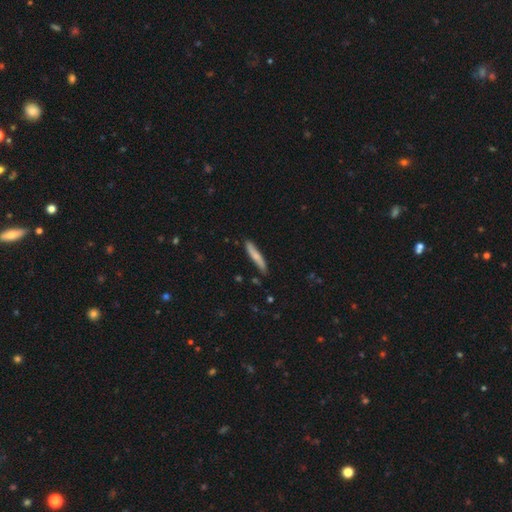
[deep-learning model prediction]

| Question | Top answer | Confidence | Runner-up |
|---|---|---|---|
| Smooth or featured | smooth | 69% | featured or disk (26%) |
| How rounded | cigar-shaped | 92% | in between (7%) |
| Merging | none | 83% | minor disturbance (13%) |